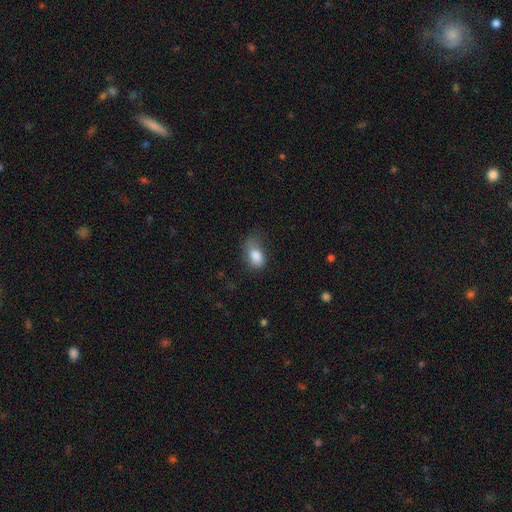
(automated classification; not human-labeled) This is clearly a smooth galaxy (83%). How rounded: clearly in between (85%). Merging: marginally none (40%).